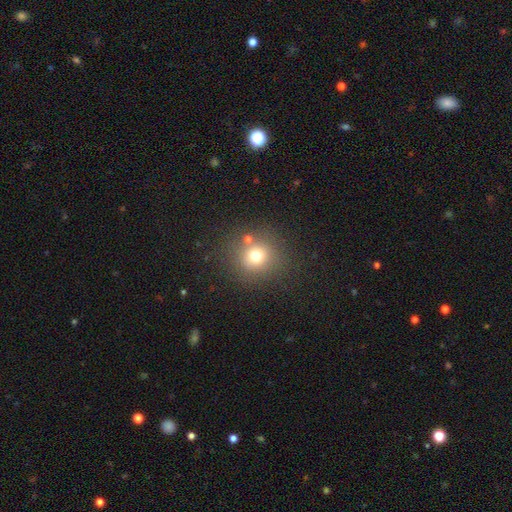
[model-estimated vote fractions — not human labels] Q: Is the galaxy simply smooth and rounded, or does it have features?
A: smooth — 70%.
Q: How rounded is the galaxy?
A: round — 90%.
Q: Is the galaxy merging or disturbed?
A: none — 78%.